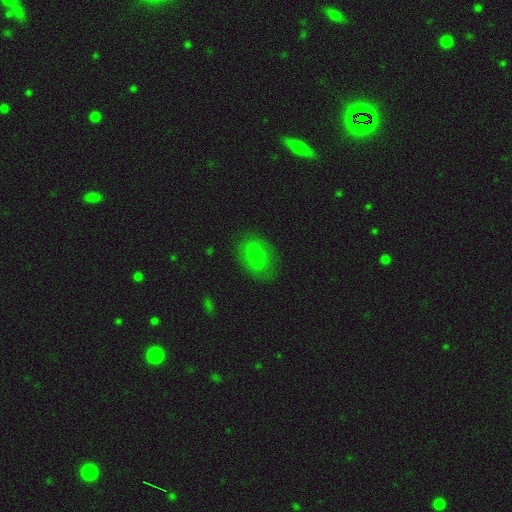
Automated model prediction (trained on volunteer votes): The model was most divided on "how rounded": in between: 70%, round: 29%, cigar-shaped: 1%. More confident: merging — none (72%); smooth or featured — smooth (71%).